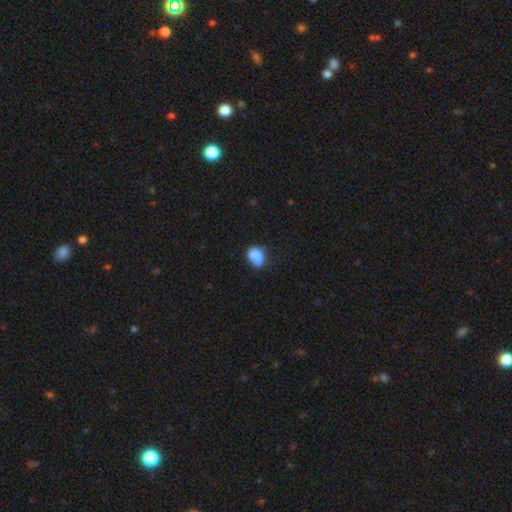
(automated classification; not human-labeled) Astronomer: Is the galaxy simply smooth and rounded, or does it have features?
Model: smooth — 84%.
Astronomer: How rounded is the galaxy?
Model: in between — 53% (runner-up: round, 46%).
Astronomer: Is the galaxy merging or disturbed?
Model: none — 63%.